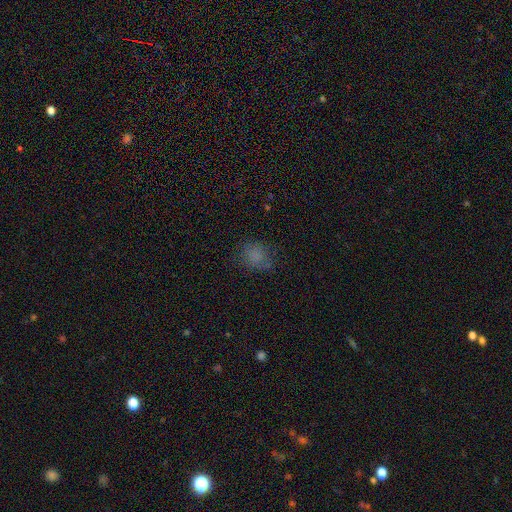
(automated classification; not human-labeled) Overall: smooth (77%). How rounded: round (73%). Merging: none (75%).